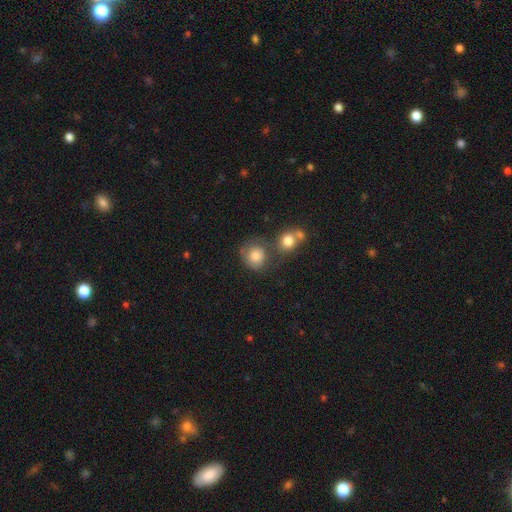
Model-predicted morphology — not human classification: A smooth galaxy with no disk features (76%) that is round (85%).

Vote fractions:
- Smooth or featured? smooth: 76% / featured or disk: 14% / star or artifact: 9%
- How rounded? round: 85% / in between: 14% / cigar-shaped: 1%
- Merging? none: 50% / merger: 24% / minor disturbance: 17% / major disturbance: 9%